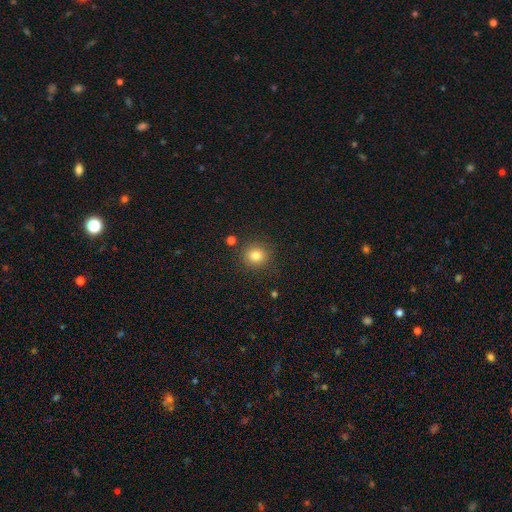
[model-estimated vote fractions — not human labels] smooth_or_featured: smooth (p=0.82) [alt: star or artifact p=0.12]
how_rounded: round (p=0.88) [alt: in between p=0.11]
merging: none (p=0.87) [alt: minor disturbance p=0.08]